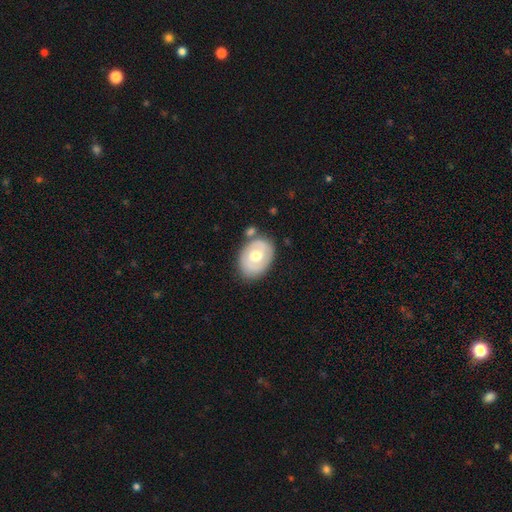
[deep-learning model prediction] smooth-or-featured: featured or disk: 53% | smooth: 41% | star or artifact: 6%
  disk-edge-on: no: 94% | yes: 6%
    bar: no: 70% | weak: 24% | strong: 6%
    has-spiral-arms: no: 60% | yes: 40%
    bulge-size: moderate: 76% | large: 13% | small: 8% | dominant: 1% | none: 1%
  merging: none: 70% | minor disturbance: 17% | merger: 8% | major disturbance: 5%